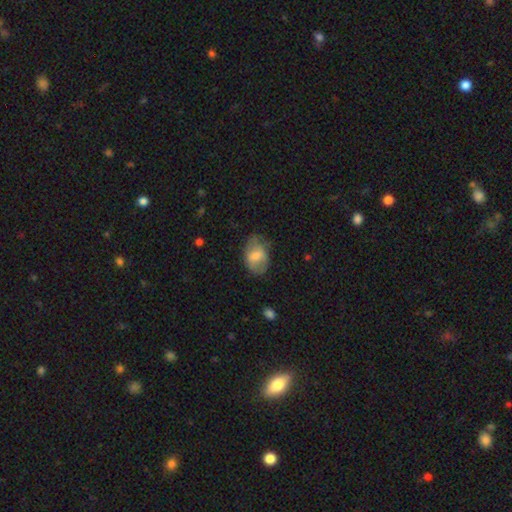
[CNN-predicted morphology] smooth 61%, featured or disk 32%, star or artifact 7%. Down the decision tree: how rounded — in between (80%); merging — none (48%).